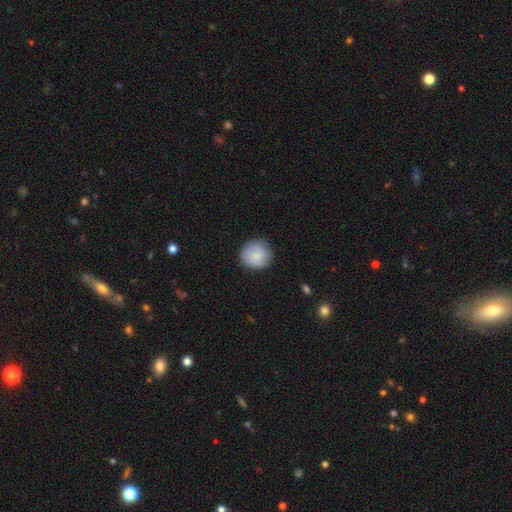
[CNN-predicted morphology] smooth 84%, featured or disk 10%, star or artifact 6%. Down the decision tree: how rounded — round (92%); merging — none (86%).